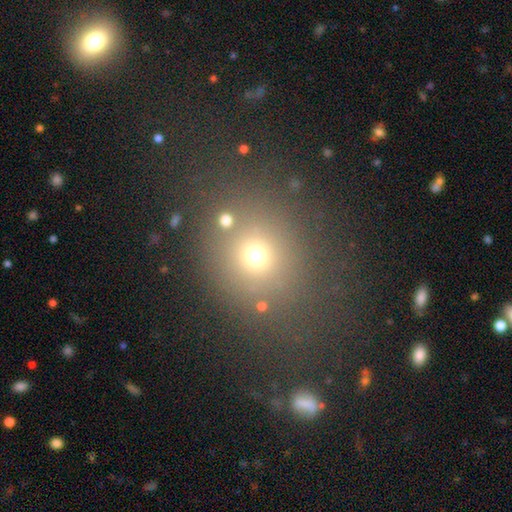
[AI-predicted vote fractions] A smooth galaxy with no disk features (67%) that is round (72%). Merging: none (76%).